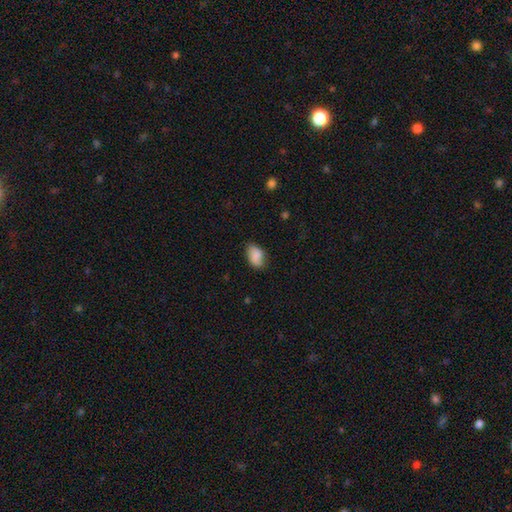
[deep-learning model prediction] Smooth or featured? smooth (85%)
How rounded? in between (89%)
Merging? none (74%)